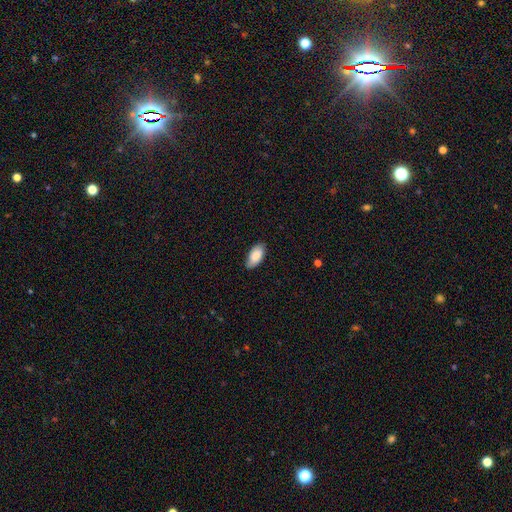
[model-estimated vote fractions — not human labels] smooth 85%, featured or disk 9%, star or artifact 6%. Down the decision tree: how rounded — in between (94%); merging — none (81%).